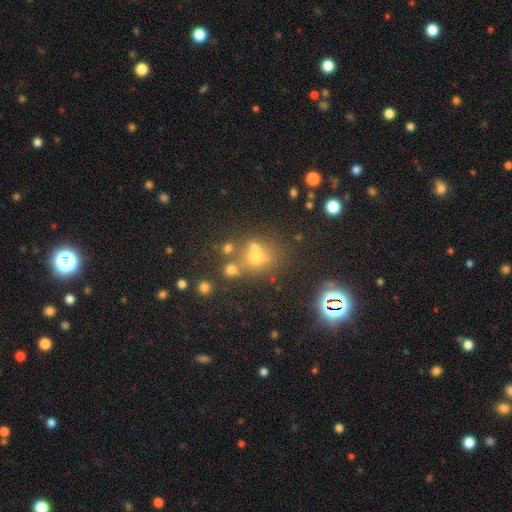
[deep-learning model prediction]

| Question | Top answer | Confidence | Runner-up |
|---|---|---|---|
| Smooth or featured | smooth | 50% | star or artifact (33%) |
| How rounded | round | 74% | in between (25%) |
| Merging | none | 52% | merger (31%) |